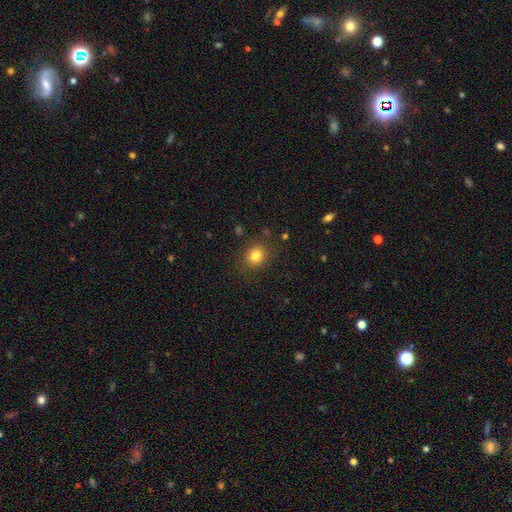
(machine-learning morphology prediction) smooth-or-featured: smooth: 81% | star or artifact: 12% | featured or disk: 7%
  how-rounded: round: 74% | in between: 25% | cigar-shaped: 1%
  merging: none: 86% | minor disturbance: 9% | major disturbance: 3% | merger: 2%